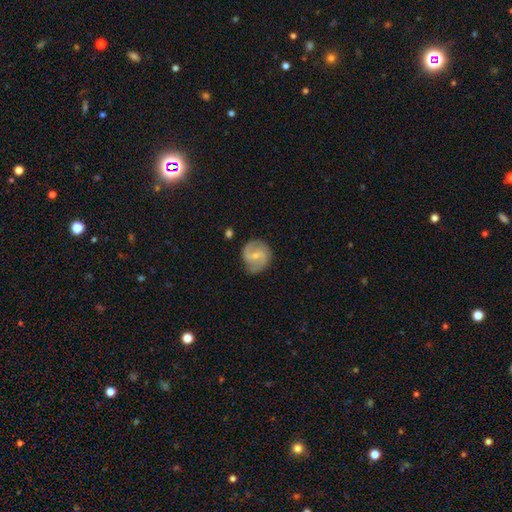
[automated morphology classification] smooth-or-featured: featured or disk: 81% | smooth: 14% | star or artifact: 5%
  disk-edge-on: no: 98% | yes: 2%
    bar: weak: 52% | no: 33% | strong: 15%
    has-spiral-arms: yes: 95% | no: 5%
      spiral-winding: medium: 54% | tight: 24% | loose: 22%
      spiral-arm-count: 2: 90% | can't tell: 4% | 3: 2% | 1: 2% | 4: 1% | more than 4: 1%
    bulge-size: small: 62% | moderate: 33% | none: 4% | large: 1% | dominant: 1%
  merging: none: 80% | minor disturbance: 14% | major disturbance: 4% | merger: 1%